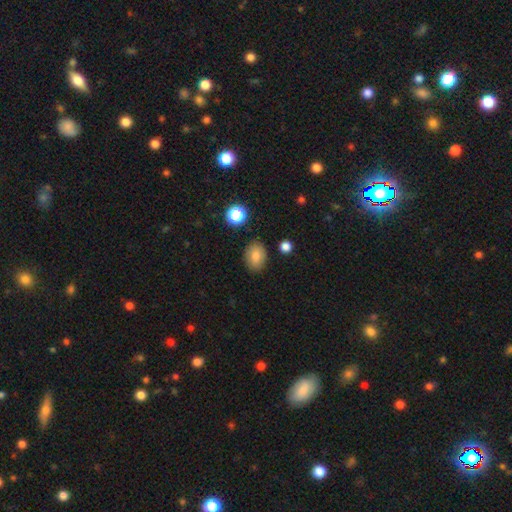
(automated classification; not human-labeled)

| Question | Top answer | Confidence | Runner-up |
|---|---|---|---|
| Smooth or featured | smooth | 80% | star or artifact (10%) |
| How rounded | in between | 67% | round (32%) |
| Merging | none | 85% | minor disturbance (10%) |